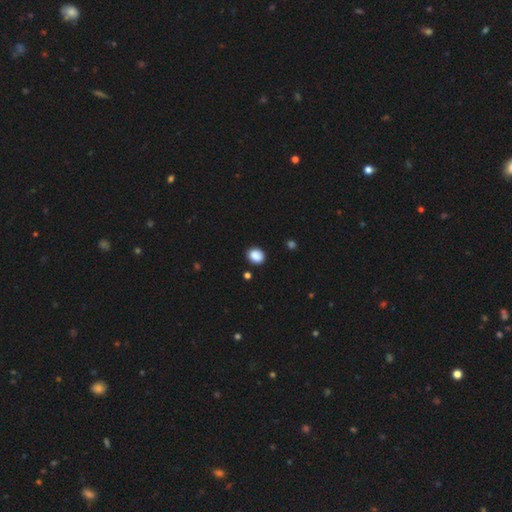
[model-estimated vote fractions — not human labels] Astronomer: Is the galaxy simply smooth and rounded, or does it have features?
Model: smooth — 88%.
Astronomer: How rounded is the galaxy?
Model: round — 57% (runner-up: in between, 42%).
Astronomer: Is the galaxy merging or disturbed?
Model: none — 87%.